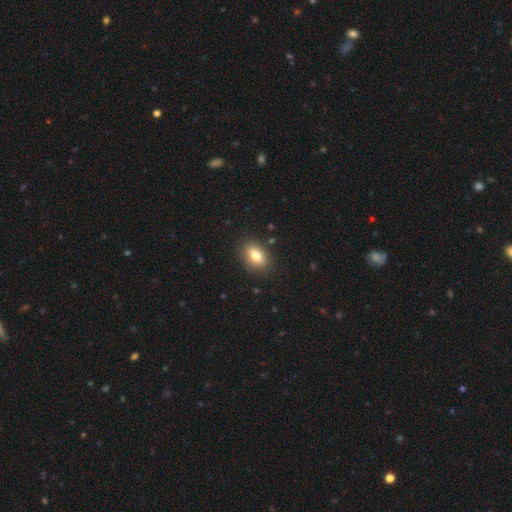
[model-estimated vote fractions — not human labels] A smooth galaxy with no disk features (79%) that is in between round and cigar-shaped (84%). Merging: none (86%).